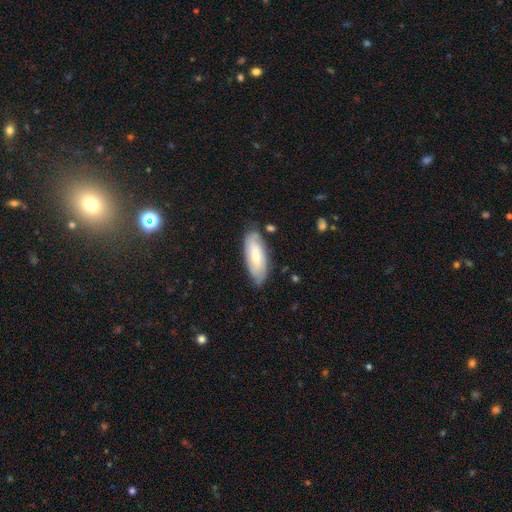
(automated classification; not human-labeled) A smooth galaxy with no disk features (54%) that is in between round and cigar-shaped (73%). Merging: none (76%).